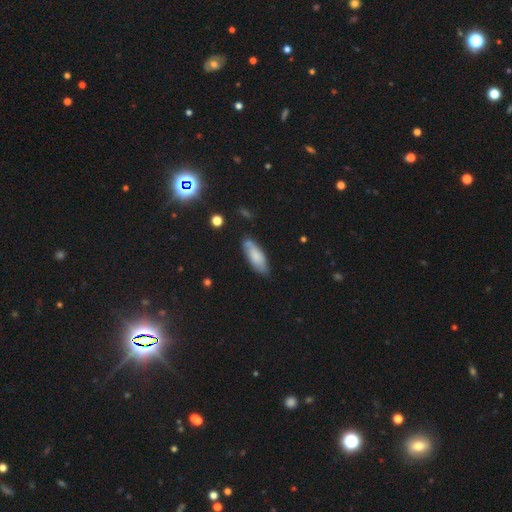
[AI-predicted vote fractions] Smooth or featured: smooth — 72% (featured or disk — 22%)
How rounded: in between — 66% (cigar-shaped — 32%)
Merging: none — 71% (minor disturbance — 21%)